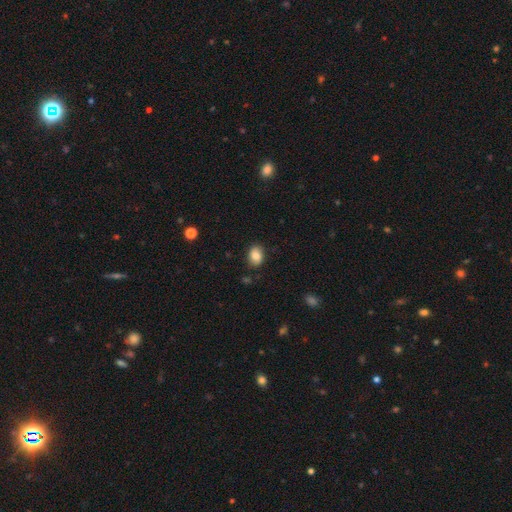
smooth-or-featured: smooth: 92% | featured or disk: 5% | star or artifact: 3%
  how-rounded: in between: 71% | round: 29% | cigar-shaped: 0%
  merging: none: 89% | minor disturbance: 11% | major disturbance: 0% | merger: 0%